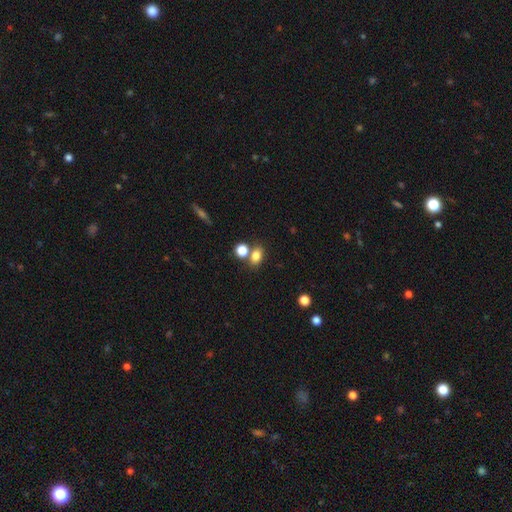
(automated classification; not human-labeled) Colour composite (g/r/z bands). It shows a smooth galaxy with no disk features (80%) that is in between round and cigar-shaped (68%). Merging: none (58%).